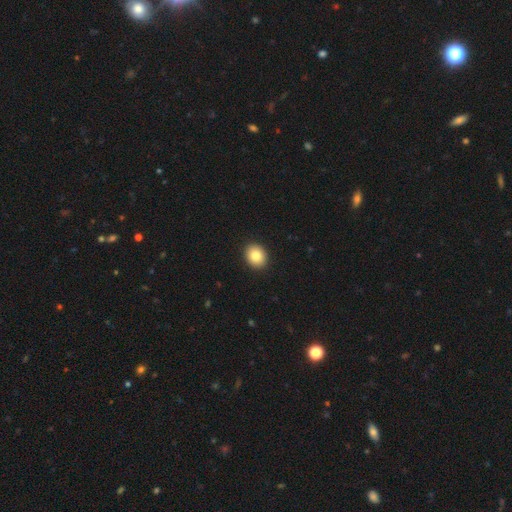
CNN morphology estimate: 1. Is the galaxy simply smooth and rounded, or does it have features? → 85% smooth, 8% star or artifact, 7% featured or disk.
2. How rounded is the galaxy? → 54% round, 45% in between, 1% cigar-shaped.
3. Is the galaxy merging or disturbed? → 92% none, 6% minor disturbance, 2% major disturbance, 1% merger.